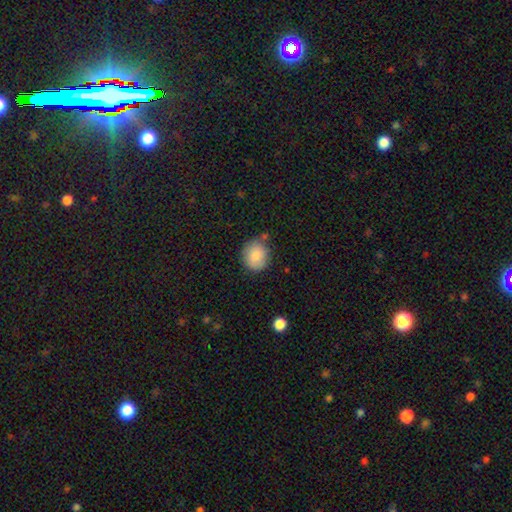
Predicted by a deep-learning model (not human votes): This is clearly a smooth galaxy (86%). How rounded: likely round (77%). Merging: likely none (73%).